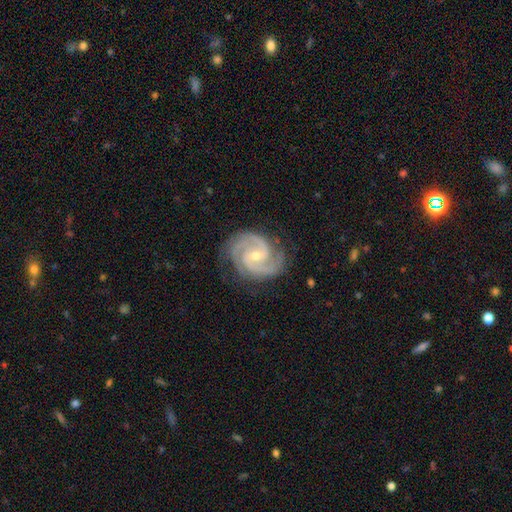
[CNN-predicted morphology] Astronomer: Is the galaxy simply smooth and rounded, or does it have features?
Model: featured or disk — 94%.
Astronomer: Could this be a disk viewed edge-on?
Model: no — 98%.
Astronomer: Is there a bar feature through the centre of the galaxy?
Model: no — 43% (runner-up: weak, 41%).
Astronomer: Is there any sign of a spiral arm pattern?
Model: yes — 99%.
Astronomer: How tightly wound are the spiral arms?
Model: tight — 53% (runner-up: medium, 43%).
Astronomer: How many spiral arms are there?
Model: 2 — 66%.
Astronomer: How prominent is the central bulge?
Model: small — 59% (runner-up: moderate, 38%).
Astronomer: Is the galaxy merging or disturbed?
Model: none — 81%.